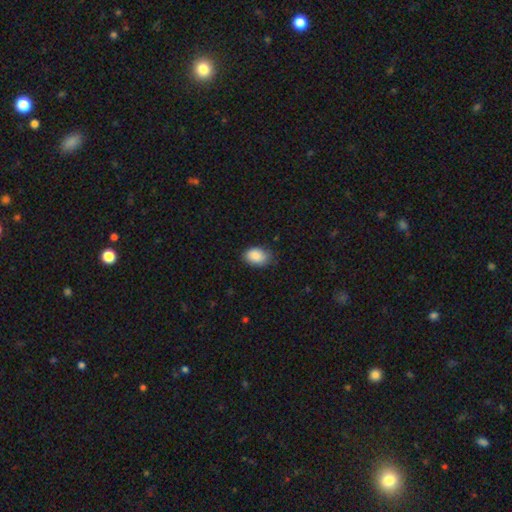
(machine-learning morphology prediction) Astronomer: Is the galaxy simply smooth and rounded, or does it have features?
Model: smooth — 88%.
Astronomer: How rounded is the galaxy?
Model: in between — 84%.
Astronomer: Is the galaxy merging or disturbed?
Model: none — 75%.